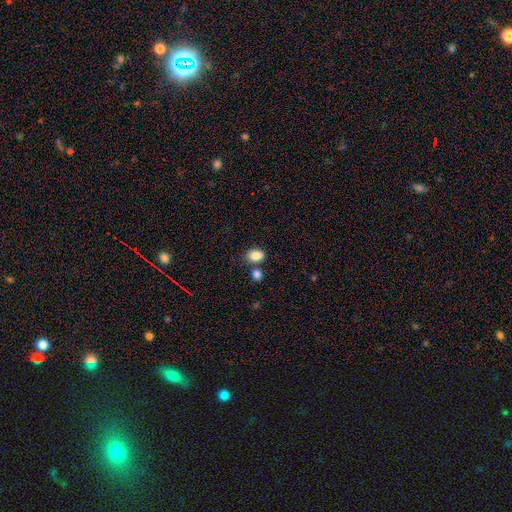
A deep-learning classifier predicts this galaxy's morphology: smooth 85%, star or artifact 9%, featured or disk 5%. Down the decision tree: how rounded — in between (61%); merging — none (69%).